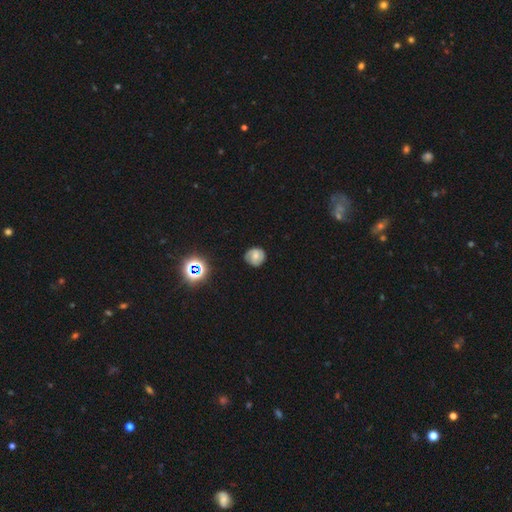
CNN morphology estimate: Smooth or featured: featured or disk — 48% (smooth — 40%)
Merging: none — 80% (minor disturbance — 15%)